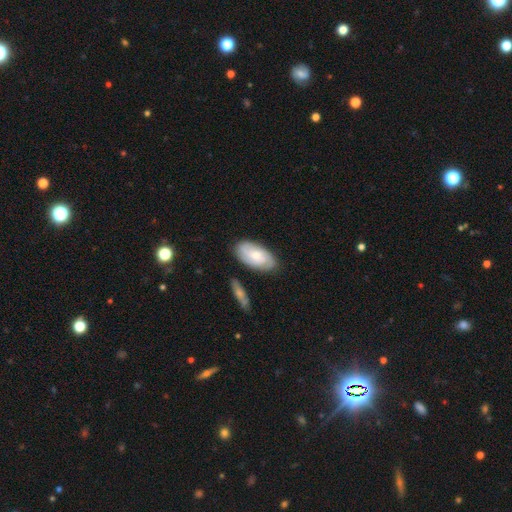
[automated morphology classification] Q: Smooth or featured?
A: featured or disk (49%); runner-up: smooth (45%)
Q: Merging?
A: none (77%); runner-up: minor disturbance (15%)